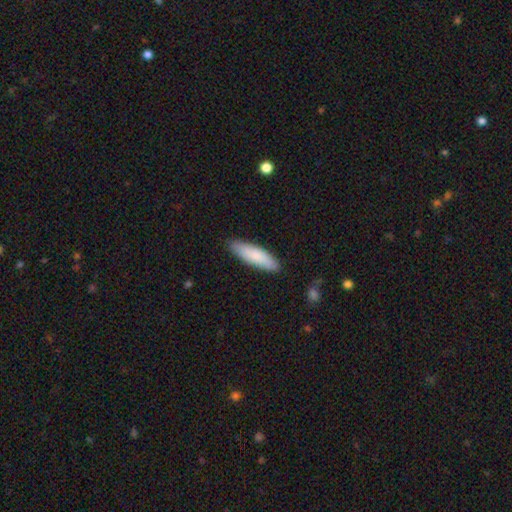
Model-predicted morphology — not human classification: This appears to be a smooth galaxy with no disk features (81%) that is cigar-shaped (61%). Merging: none (87%).